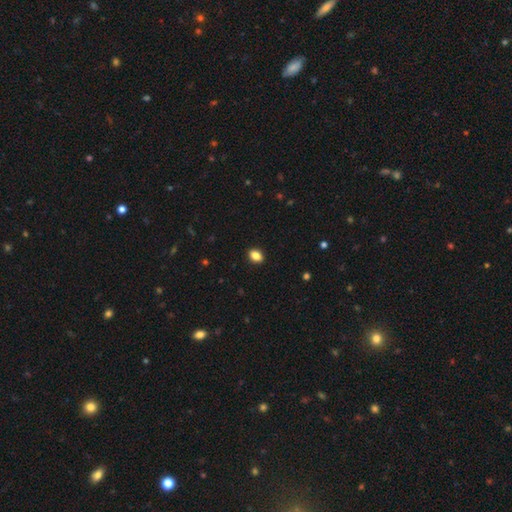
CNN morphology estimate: Smooth or featured?
  - smooth: 86% *
  - star or artifact: 9%
  - featured or disk: 5%
How rounded?
  - in between: 72% *
  - round: 26%
  - cigar-shaped: 1%
Merging?
  - none: 91% *
  - minor disturbance: 7%
  - major disturbance: 2%
  - merger: 1%